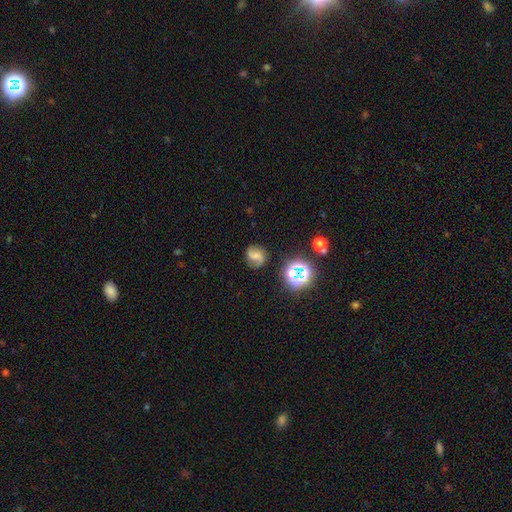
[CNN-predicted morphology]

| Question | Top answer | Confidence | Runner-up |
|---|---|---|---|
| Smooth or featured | featured or disk | 58% | smooth (28%) |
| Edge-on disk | no | 98% | yes (2%) |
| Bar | weak | 44% | no (40%) |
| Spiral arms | yes | 91% | no (9%) |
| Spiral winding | medium | 46% | loose (34%) |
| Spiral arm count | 2 | 82% | 1 (7%) |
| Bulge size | small | 44% | moderate (30%) |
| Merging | none | 76% | minor disturbance (15%) |